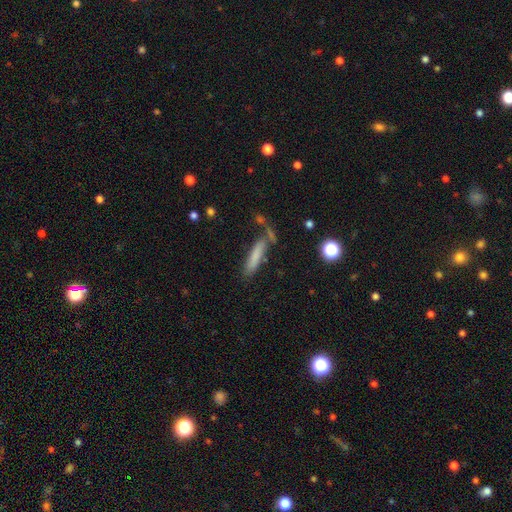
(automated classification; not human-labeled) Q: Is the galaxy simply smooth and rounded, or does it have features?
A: smooth — 72%.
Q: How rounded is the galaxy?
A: cigar-shaped — 83%.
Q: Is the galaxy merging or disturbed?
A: none — 62%.